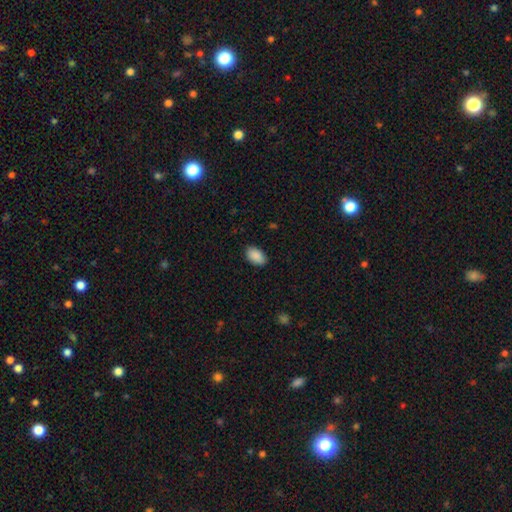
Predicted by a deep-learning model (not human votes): smooth-or-featured: smooth: 90% | star or artifact: 7% | featured or disk: 3%
  how-rounded: in between: 92% | round: 6% | cigar-shaped: 1%
  merging: none: 85% | minor disturbance: 11% | major disturbance: 2% | merger: 1%